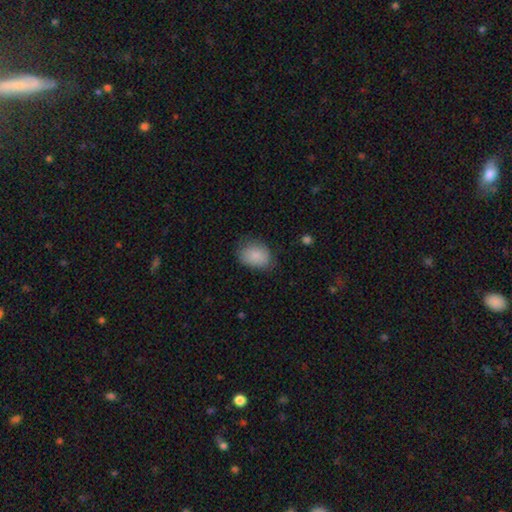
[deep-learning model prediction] Morphology: type=smooth (86%); roundness=in between (74%); merging=none (69%).